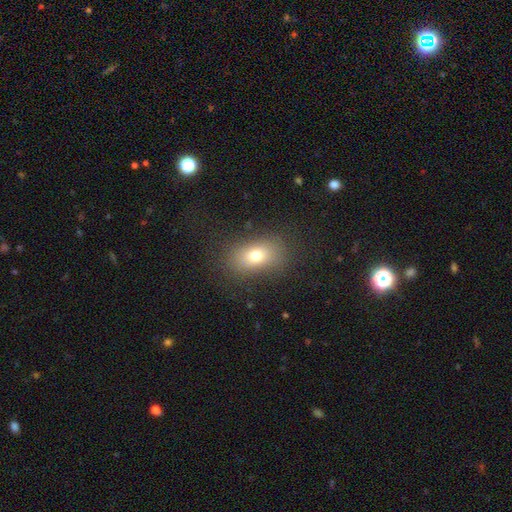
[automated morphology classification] A smooth galaxy with no disk features (74%) that is in between round and cigar-shaped (78%).

Vote fractions:
- Smooth or featured? smooth: 74% / featured or disk: 13% / star or artifact: 13%
- How rounded? in between: 78% / round: 19% / cigar-shaped: 2%
- Merging? none: 82% / minor disturbance: 11% / major disturbance: 6% / merger: 1%